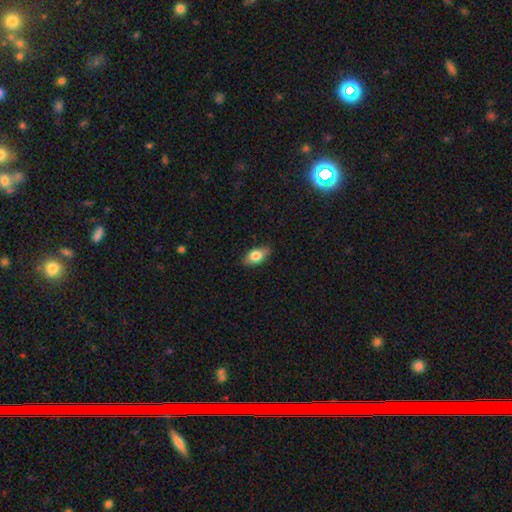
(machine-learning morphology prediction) type=smooth (77%); roundness=in between (89%); merging=none (84%).